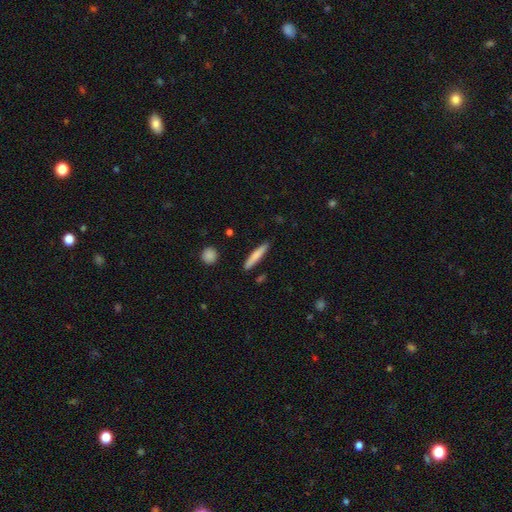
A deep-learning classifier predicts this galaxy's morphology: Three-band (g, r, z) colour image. It shows a smooth galaxy with no disk features (75%) that is cigar-shaped (91%). Merging: none (87%).